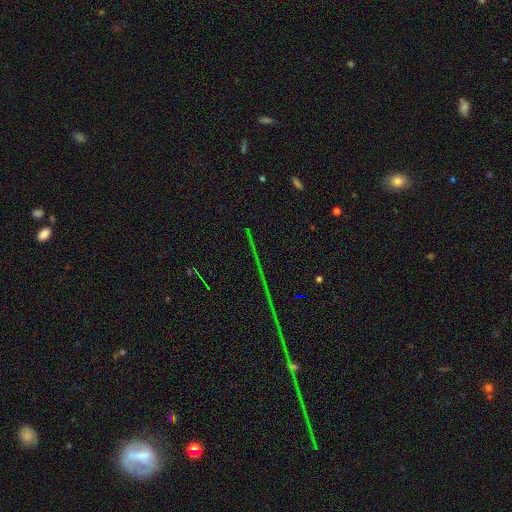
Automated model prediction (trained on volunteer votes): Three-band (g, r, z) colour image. It shows a star or artifact, not a galaxy (81%).